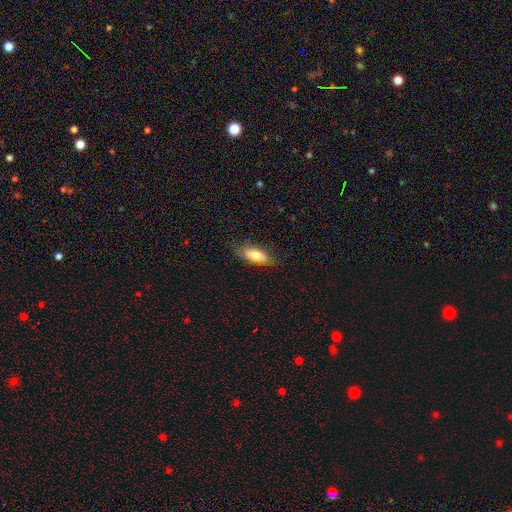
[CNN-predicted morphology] Smooth or featured? Predicted: smooth (p=0.73). How rounded? Predicted: in between (p=0.79). Merging? Predicted: none (p=0.77).